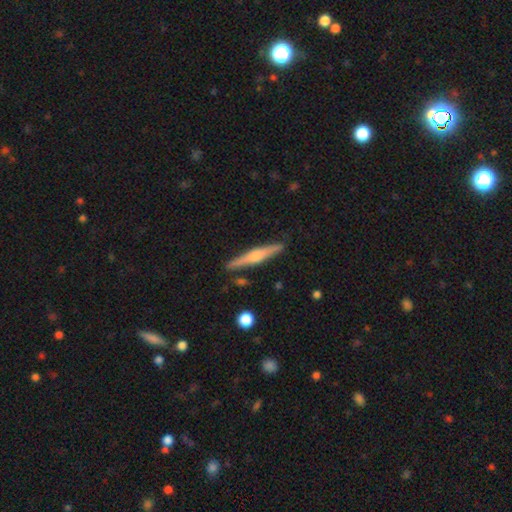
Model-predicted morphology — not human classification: smooth_or_featured: featured or disk (p=0.66) [alt: smooth p=0.28]
disk_edge_on: yes (p=0.98) [alt: no p=0.02]
edge_on_bulge: rounded (p=0.85) [alt: boxy p=0.09]
merging: none (p=0.89) [alt: minor disturbance p=0.07]